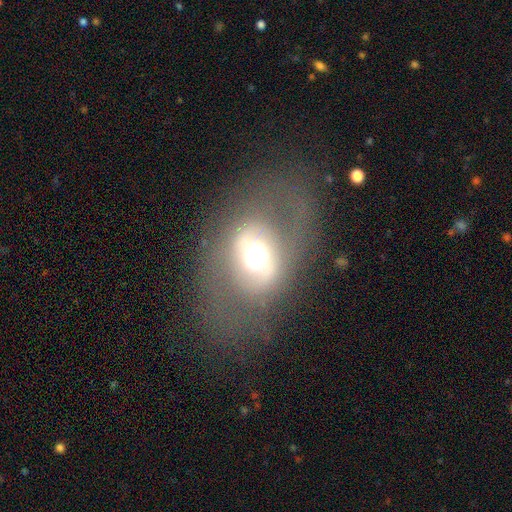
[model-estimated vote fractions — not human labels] This appears to be a smooth galaxy with no disk features (44%). Merging: none (65%).